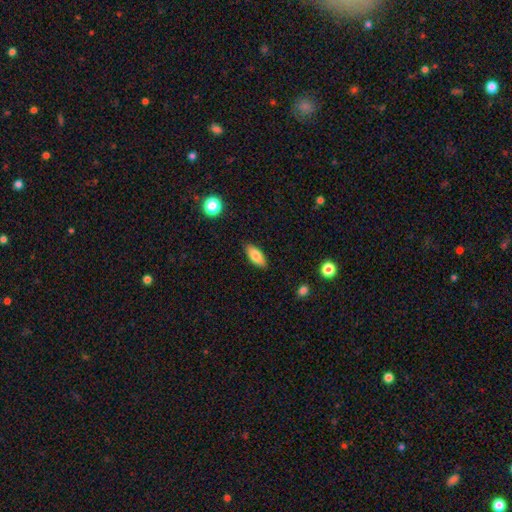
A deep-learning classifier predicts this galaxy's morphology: type=smooth (82%); roundness=in between (83%); merging=none (87%).